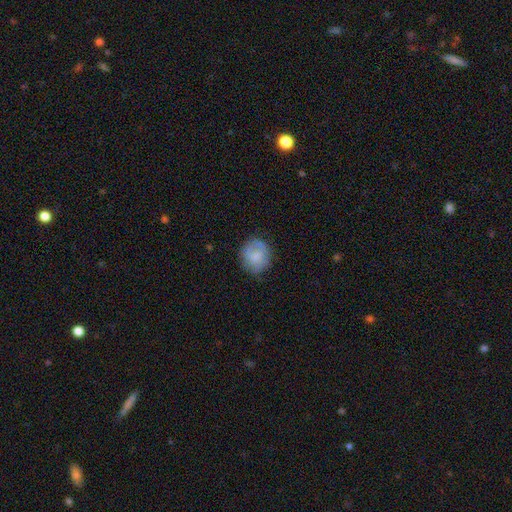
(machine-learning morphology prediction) This appears to be a smooth galaxy with no disk features (70%) that is round (83%). Merging: none (71%).